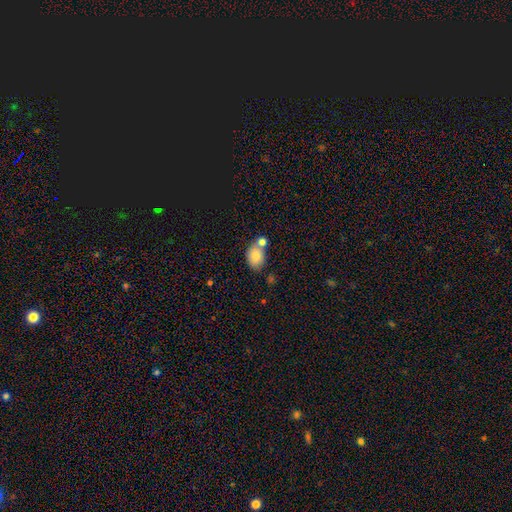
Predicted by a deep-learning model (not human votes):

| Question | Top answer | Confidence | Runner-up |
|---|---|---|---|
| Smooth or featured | smooth | 82% | featured or disk (9%) |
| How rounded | in between | 77% | round (21%) |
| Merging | none | 48% | merger (32%) |